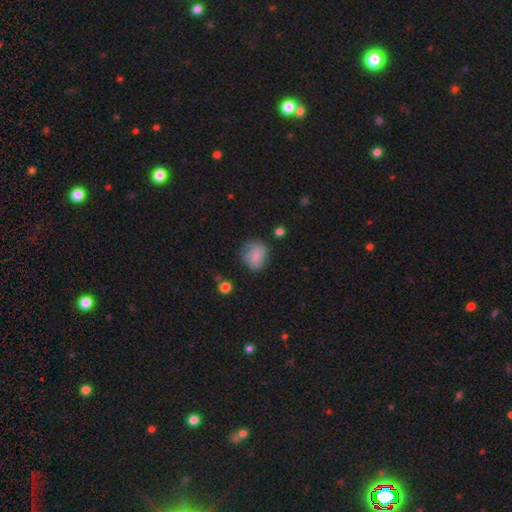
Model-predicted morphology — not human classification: smooth 66%, featured or disk 24%, star or artifact 11%. Down the decision tree: how rounded — round (59%); merging — none (55%).